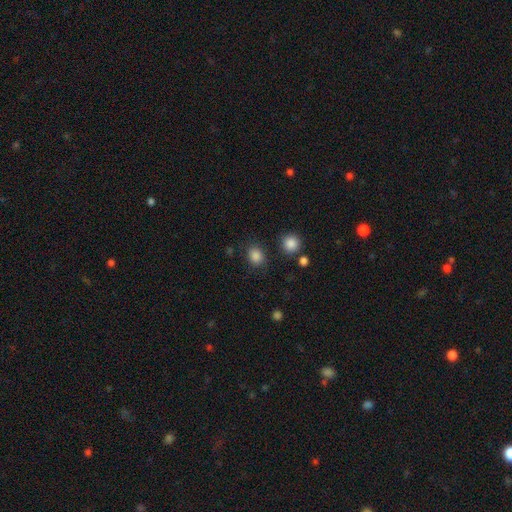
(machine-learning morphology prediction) smooth_or_featured: smooth (p=0.85) [alt: star or artifact p=0.11]
how_rounded: round (p=0.60) [alt: in between p=0.39]
merging: none (p=0.81) [alt: minor disturbance p=0.11]